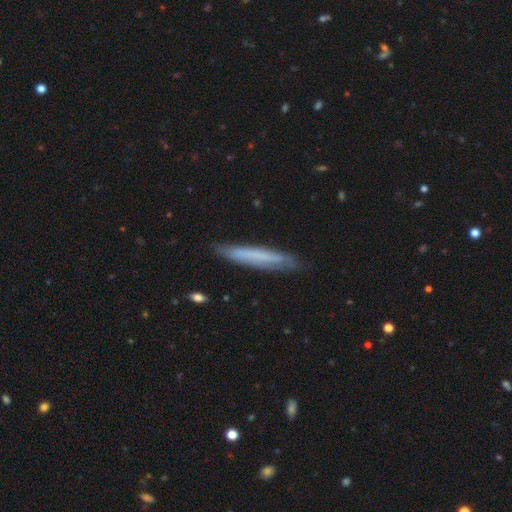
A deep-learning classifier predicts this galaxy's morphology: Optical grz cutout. It shows a smooth galaxy with no disk features (56%) that is cigar-shaped (93%). Merging: none (83%).